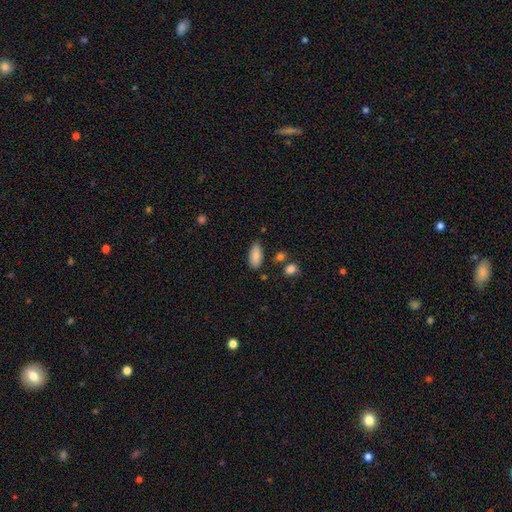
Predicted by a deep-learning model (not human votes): Smooth or featured: smooth — 86% (star or artifact — 7%)
How rounded: in between — 87% (cigar-shaped — 11%)
Merging: none — 78% (minor disturbance — 15%)